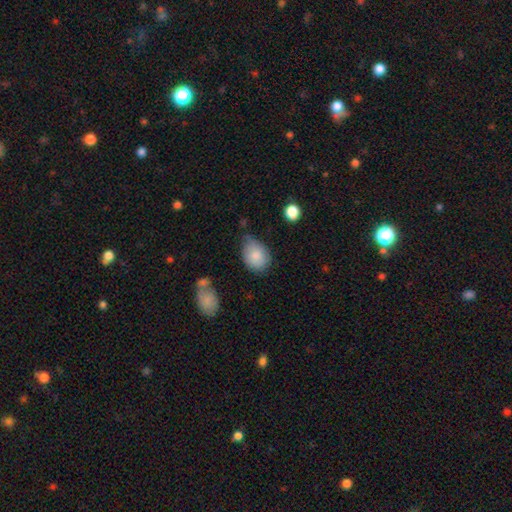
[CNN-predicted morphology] type=smooth (84%); roundness=in between (66%); merging=none (51%).